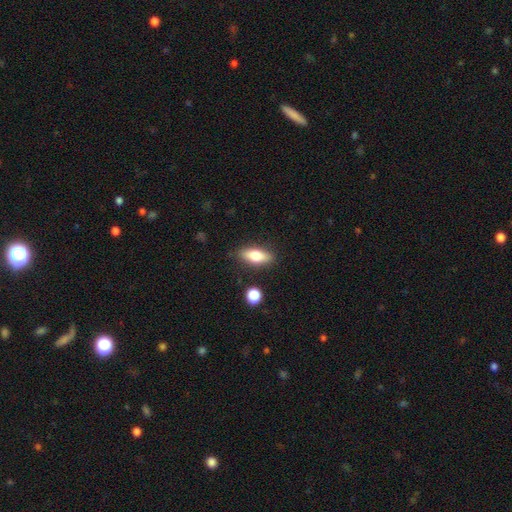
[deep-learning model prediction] A smooth galaxy with no disk features (73%) that is in between round and cigar-shaped (74%). Merging: none (85%).